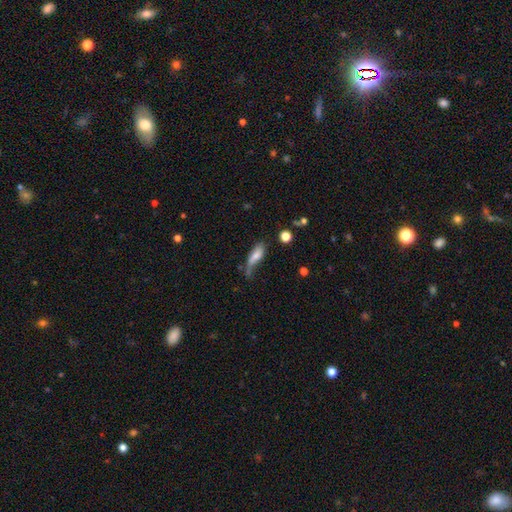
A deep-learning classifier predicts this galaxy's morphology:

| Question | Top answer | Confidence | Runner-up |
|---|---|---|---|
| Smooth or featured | smooth | 67% | featured or disk (24%) |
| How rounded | in between | 58% | cigar-shaped (39%) |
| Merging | none | 33% | minor disturbance (32%) |